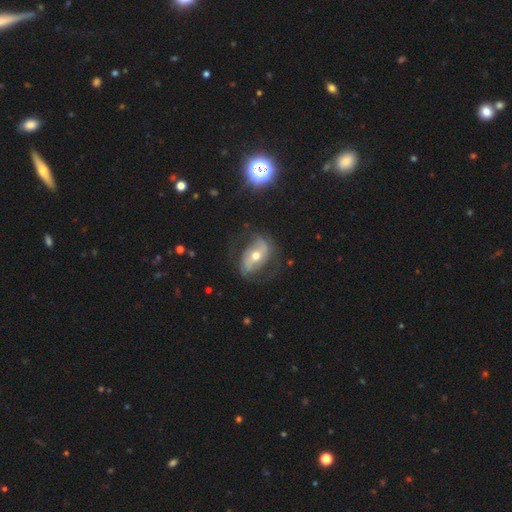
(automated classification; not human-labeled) A featured or disk galaxy (75%) with a strong bar (34%, tied with weak), 2 (84%) loose (43%) spiral arms (81%) and a moderate central bulge (70%). Merging: none (66%).